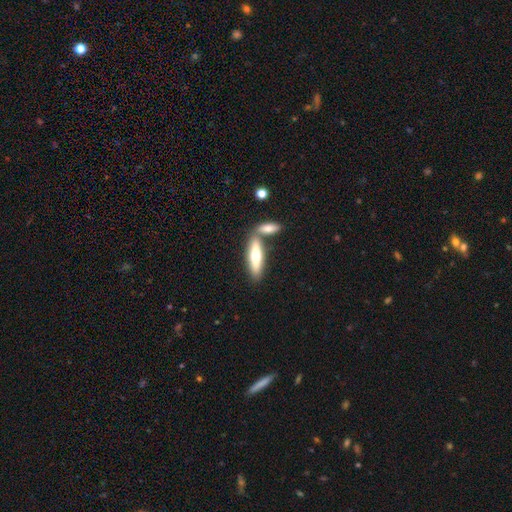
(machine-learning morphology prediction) A smooth galaxy with no disk features (59%) that is cigar-shaped (64%). Merging: none (57%).